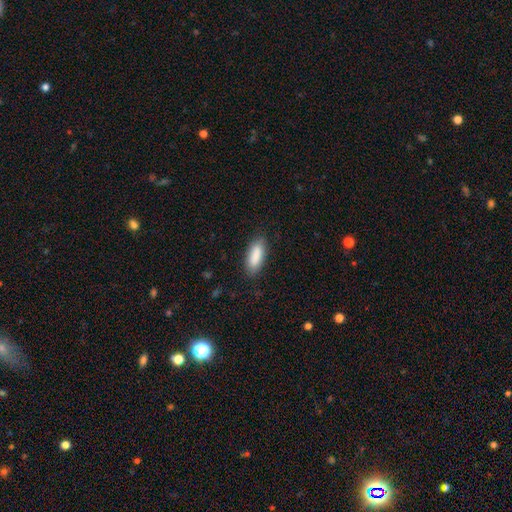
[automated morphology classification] This is clearly a smooth galaxy (88%). How rounded: likely in between (75%). Merging: clearly none (83%).